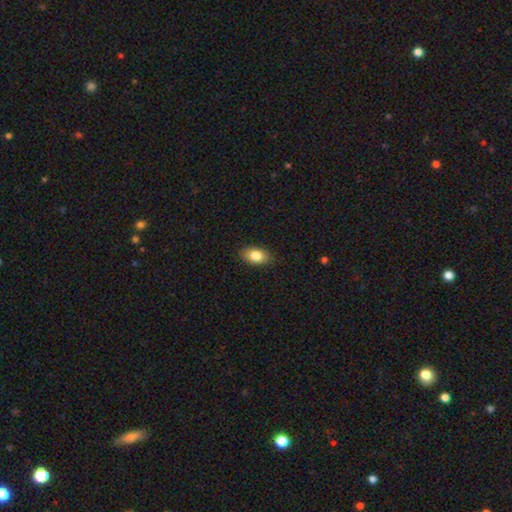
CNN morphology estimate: Smooth or featured? Predicted: smooth (p=0.83). How rounded? Predicted: in between (p=0.90). Merging? Predicted: none (p=0.88).